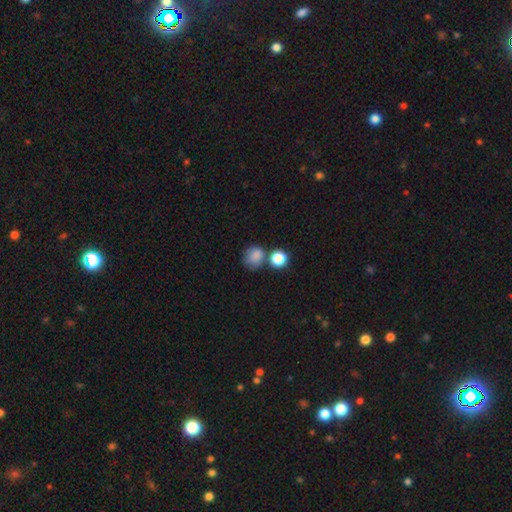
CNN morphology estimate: smooth 83%, star or artifact 10%, featured or disk 7%. Down the decision tree: how rounded — round (74%); merging — none (52%).